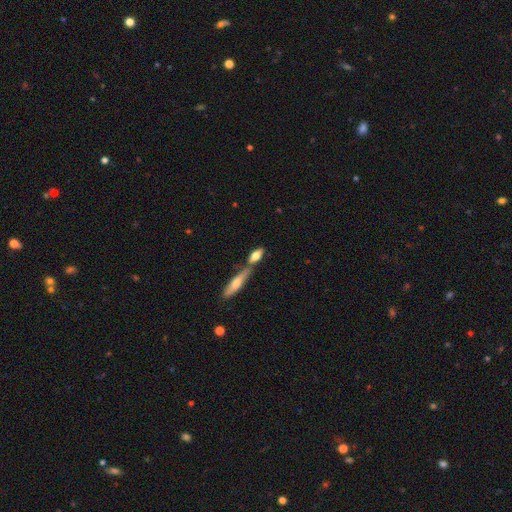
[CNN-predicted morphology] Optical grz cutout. It shows a smooth galaxy with no disk features (72%) that is in between round and cigar-shaped (66%). Merging: merger (43%, tied with none).